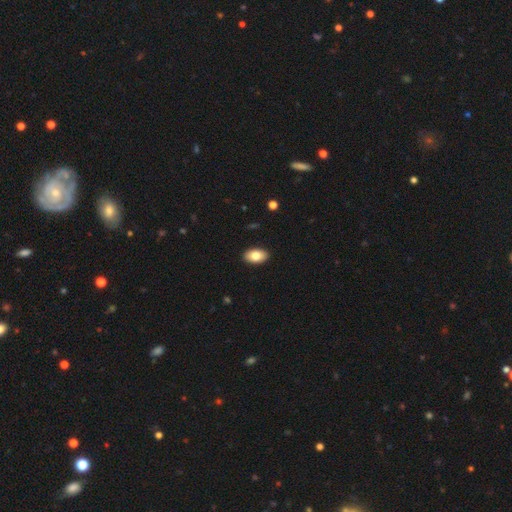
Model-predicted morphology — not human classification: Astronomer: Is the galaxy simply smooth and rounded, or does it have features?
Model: smooth — 82%.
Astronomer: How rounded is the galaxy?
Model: in between — 93%.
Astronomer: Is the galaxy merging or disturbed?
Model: none — 91%.